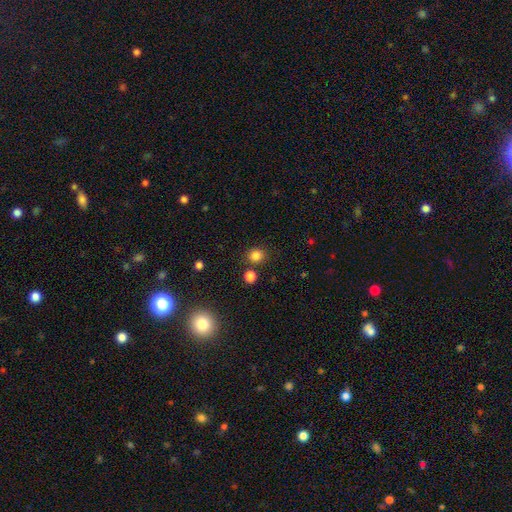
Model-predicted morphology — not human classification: Q: Smooth or featured?
A: smooth (82%); runner-up: star or artifact (13%)
Q: How rounded?
A: round (79%); runner-up: in between (20%)
Q: Merging?
A: none (81%); runner-up: minor disturbance (9%)